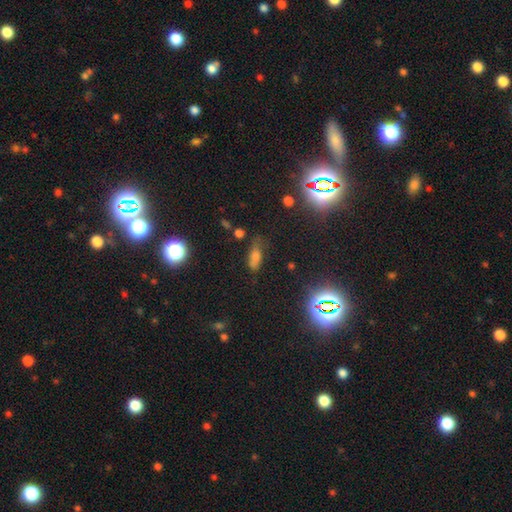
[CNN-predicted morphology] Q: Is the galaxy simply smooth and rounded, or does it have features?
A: smooth — 57%.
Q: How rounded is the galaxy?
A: in between — 65%.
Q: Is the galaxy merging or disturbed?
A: none — 65%.